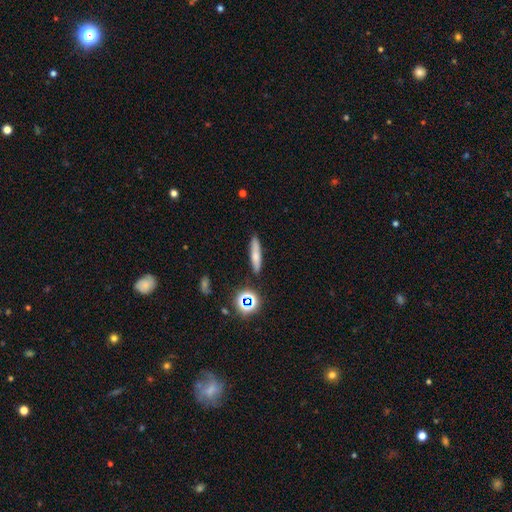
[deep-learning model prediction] Smooth or featured? smooth (66%)
How rounded? cigar-shaped (83%)
Merging? none (86%)